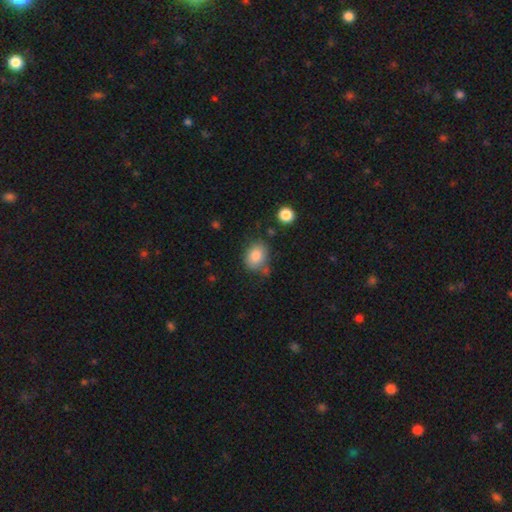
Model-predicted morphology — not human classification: smooth 84%, star or artifact 9%, featured or disk 7%. Down the decision tree: how rounded — in between (62%); merging — none (69%).